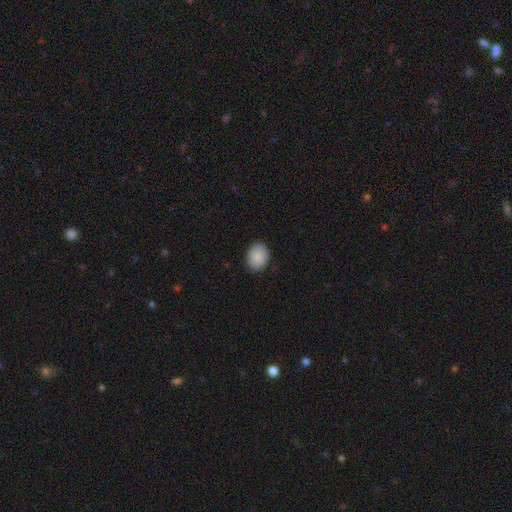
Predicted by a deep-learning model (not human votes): Smooth or featured? Predicted: smooth (p=0.89). How rounded? Predicted: in between (p=0.50). Merging? Predicted: none (p=0.87).